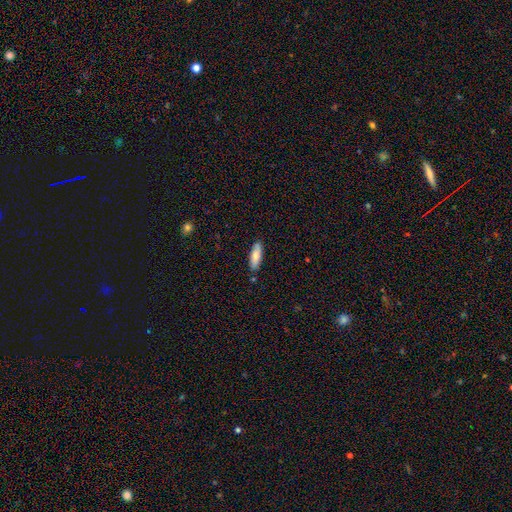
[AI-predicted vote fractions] A smooth galaxy with no disk features (77%) that is in between round and cigar-shaped (54%). Merging: none (85%).